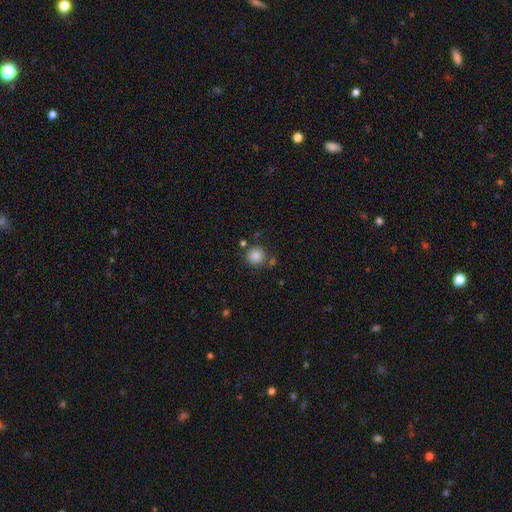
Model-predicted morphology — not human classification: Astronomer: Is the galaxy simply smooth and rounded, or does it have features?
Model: smooth — 86%.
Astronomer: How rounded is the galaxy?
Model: round — 93%.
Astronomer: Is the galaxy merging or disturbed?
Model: none — 79%.